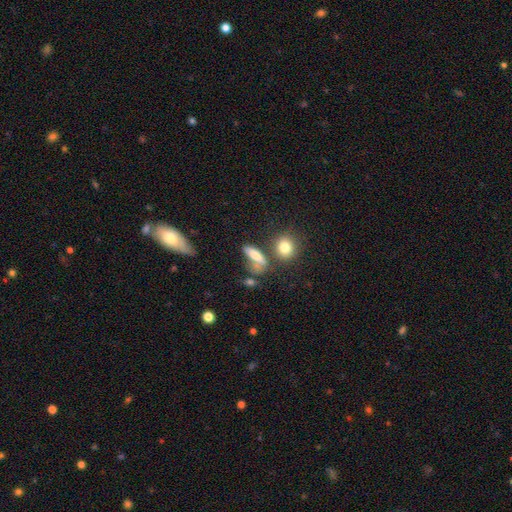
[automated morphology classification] type=smooth (70%); roundness=in between (52%); merging=none (47%).